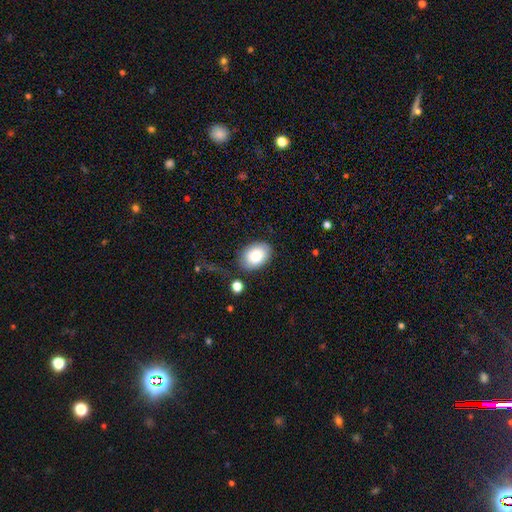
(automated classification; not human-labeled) This is clearly a smooth galaxy (82%). How rounded: likely in between (80%). Merging: likely none (76%).